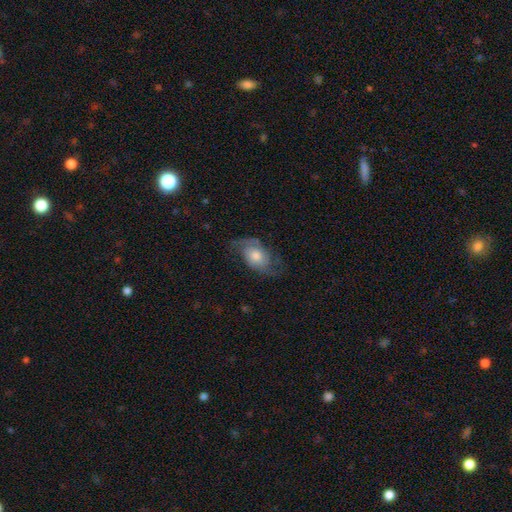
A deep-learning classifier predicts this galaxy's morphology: A featured or disk galaxy (71%) with no bar (74%), 2 (84%) loose (41%, tied with medium) spiral arms (91%) and a moderate central bulge (59%).

Vote fractions:
- Smooth or featured? featured or disk: 71% / smooth: 22% / star or artifact: 7%
- Edge-on disk? no: 95% / yes: 5%
- Bar? no: 74% / weak: 22% / strong: 4%
- Spiral arms? yes: 91% / no: 9%
- Spiral winding? loose: 41% (tied) / medium: 41% (tied) / tight: 18%
- Spiral arm count? 2: 84% / can't tell: 8% / 1: 3% / 3: 3% / 4: 1% / more than 4: 1%
- Bulge size? moderate: 59% / small: 20% / large: 16% / none: 3% / dominant: 2%
- Merging? none: 64% / minor disturbance: 21% / major disturbance: 14% / merger: 1%